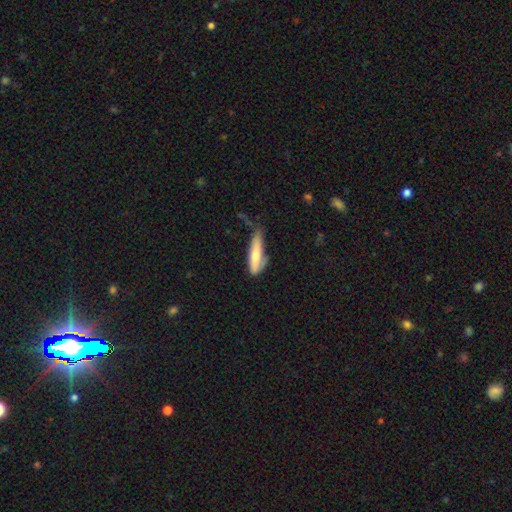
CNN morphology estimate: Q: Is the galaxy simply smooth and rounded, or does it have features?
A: smooth — 70%.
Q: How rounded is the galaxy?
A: cigar-shaped — 65%.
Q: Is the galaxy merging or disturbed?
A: none — 39%.